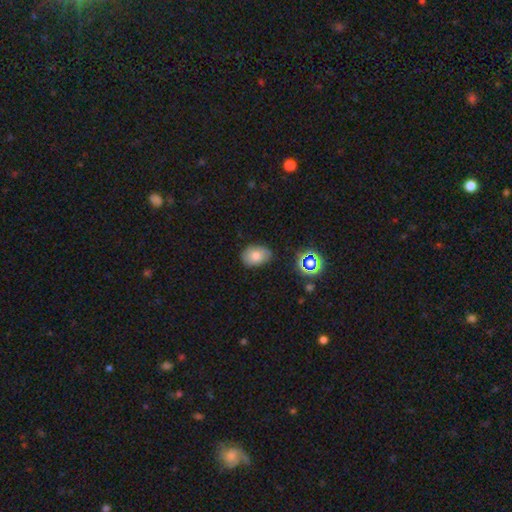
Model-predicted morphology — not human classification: A smooth galaxy with no disk features (75%) that is in between round and cigar-shaped (80%).

Vote fractions:
- Smooth or featured? smooth: 75% / featured or disk: 14% / star or artifact: 12%
- How rounded? in between: 80% / round: 19% / cigar-shaped: 1%
- Merging? none: 78% / minor disturbance: 17% / major disturbance: 3% / merger: 2%